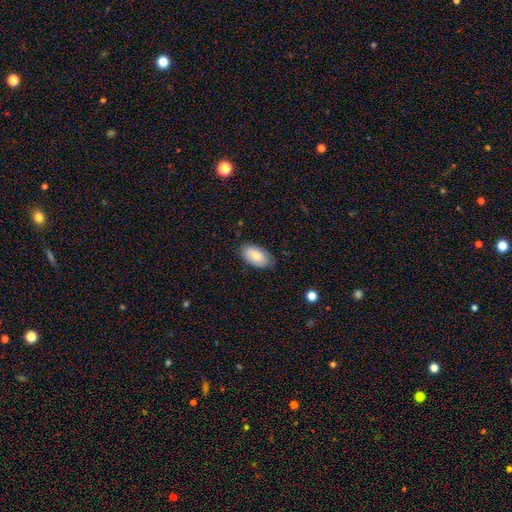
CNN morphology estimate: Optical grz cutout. It shows a smooth galaxy with no disk features (76%) that is in between round and cigar-shaped (94%). Merging: none (77%).